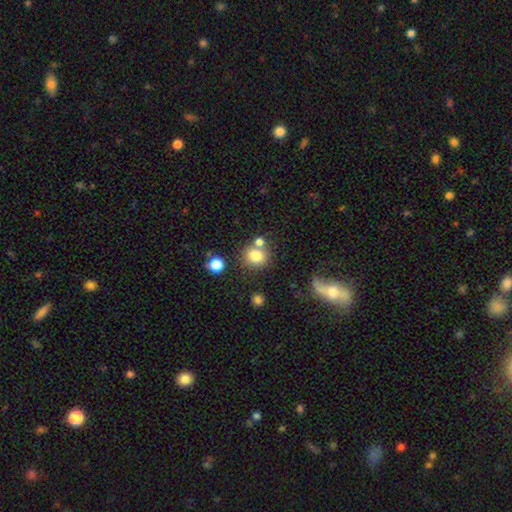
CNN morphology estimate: A smooth galaxy with no disk features (79%) that is round (85%). Merging: none (66%).